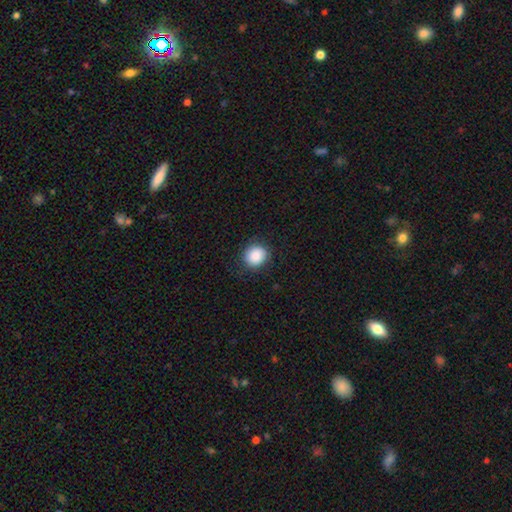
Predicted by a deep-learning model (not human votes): Smooth or featured?
  - smooth: 88% *
  - star or artifact: 9%
  - featured or disk: 4%
How rounded?
  - round: 84% *
  - in between: 16%
  - cigar-shaped: 1%
Merging?
  - none: 87% *
  - minor disturbance: 9%
  - major disturbance: 3%
  - merger: 1%